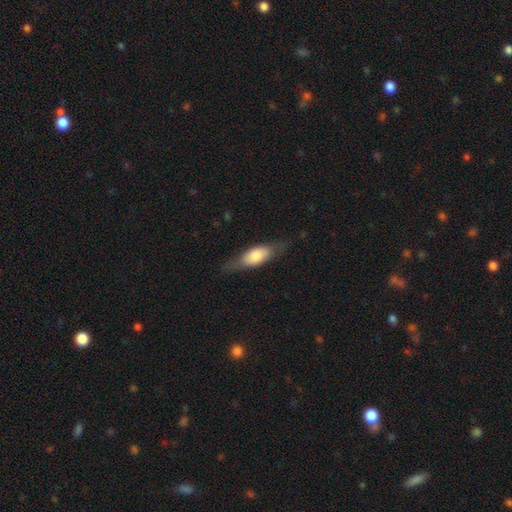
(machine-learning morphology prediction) smooth-or-featured: smooth: 62% | featured or disk: 32% | star or artifact: 6%
  how-rounded: in between: 65% | cigar-shaped: 32% | round: 3%
  merging: none: 71% | minor disturbance: 20% | major disturbance: 8% | merger: 1%